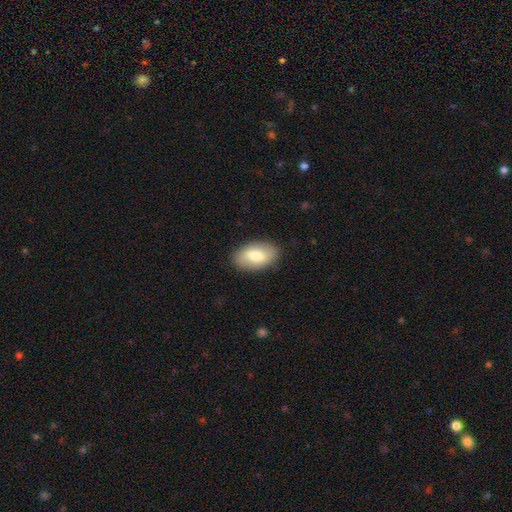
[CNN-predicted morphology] This appears to be a smooth galaxy with no disk features (68%) that is in between round and cigar-shaped (92%). Merging: none (87%).